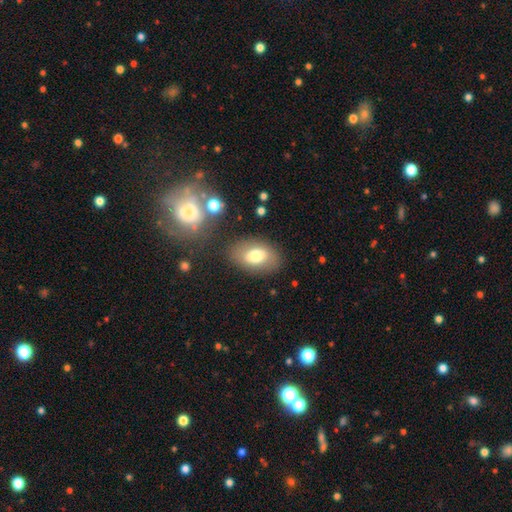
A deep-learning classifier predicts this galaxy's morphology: smooth_or_featured: smooth (p=0.72) [alt: featured or disk p=0.19]
how_rounded: in between (p=0.88) [alt: round p=0.11]
merging: none (p=0.79) [alt: minor disturbance p=0.13]